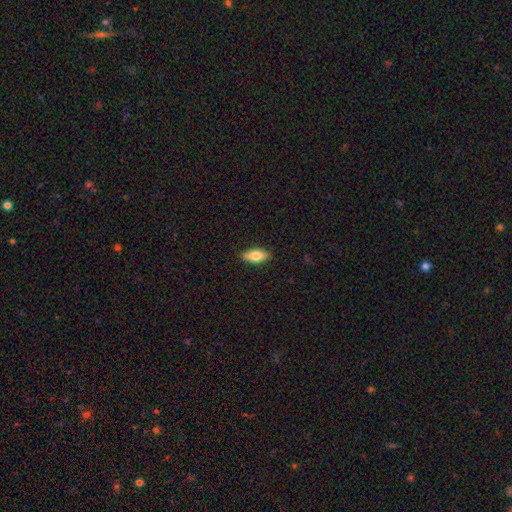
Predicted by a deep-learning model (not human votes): Smooth or featured? Predicted: smooth (p=0.74). How rounded? Predicted: in between (p=0.82). Merging? Predicted: none (p=0.88).